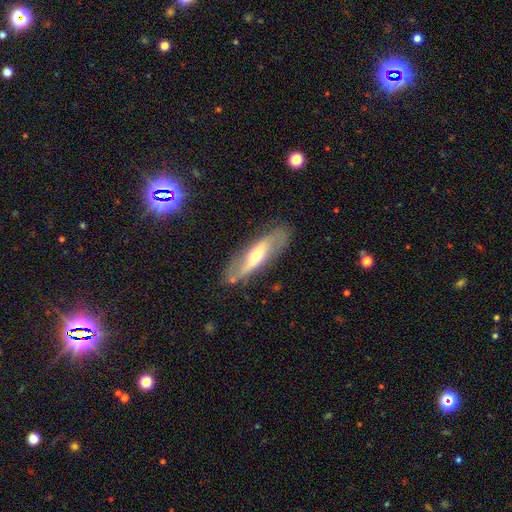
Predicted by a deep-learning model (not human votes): This appears to be a featured or disk galaxy (65%). Merging: none (80%).